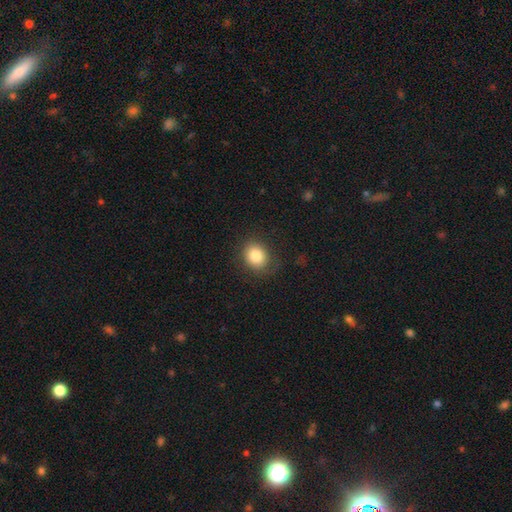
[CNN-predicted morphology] Overall: smooth (83%). How rounded: round (65%; in between 34%). Merging: none (81%).